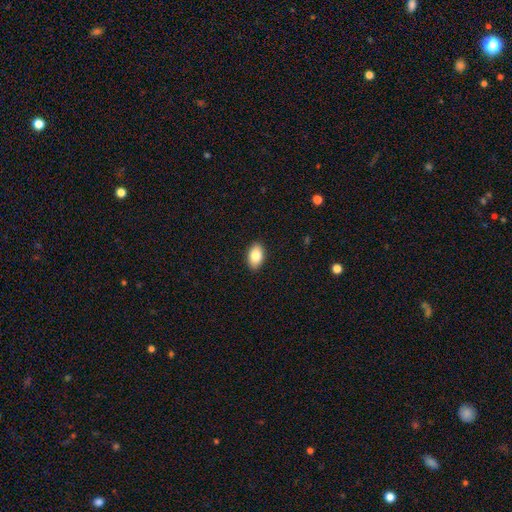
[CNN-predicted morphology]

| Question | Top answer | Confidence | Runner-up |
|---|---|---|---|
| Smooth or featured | smooth | 84% | featured or disk (9%) |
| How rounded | in between | 92% | round (7%) |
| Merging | none | 90% | minor disturbance (7%) |